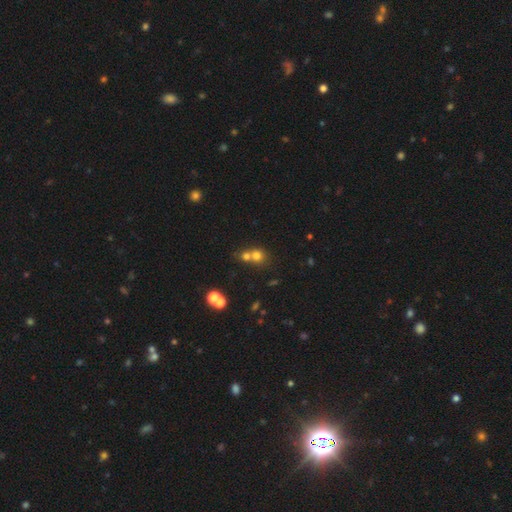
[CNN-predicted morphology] A smooth galaxy with no disk features (69%) that is round (83%).

Vote fractions:
- Smooth or featured? smooth: 69% / star or artifact: 17% / featured or disk: 14%
- How rounded? round: 83% / in between: 16% / cigar-shaped: 1%
- Merging? merger: 53% / none: 37% / minor disturbance: 6% / major disturbance: 3%